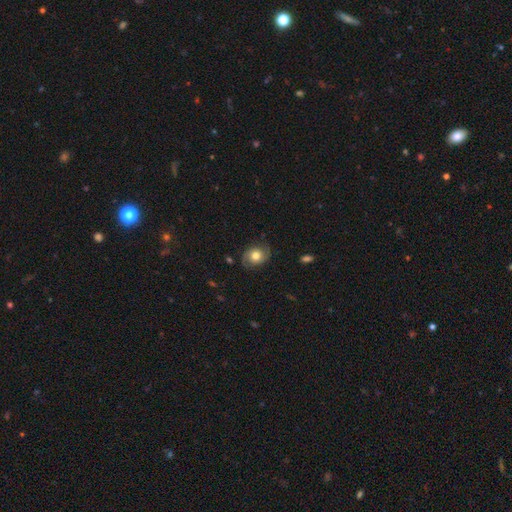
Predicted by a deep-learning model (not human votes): Overall: featured or disk (46%; smooth 45%). Merging: none (79%).